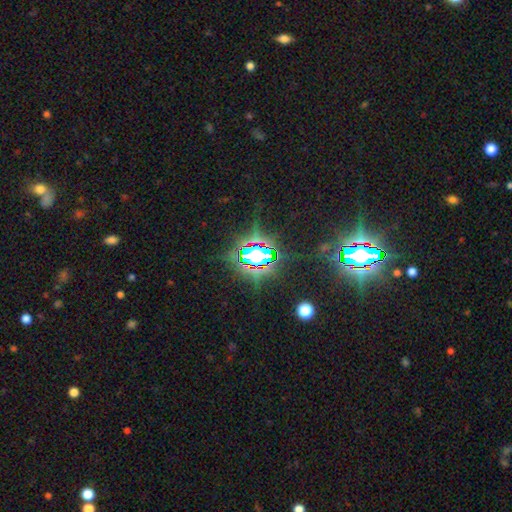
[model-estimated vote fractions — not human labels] Overall: star or artifact (78%).